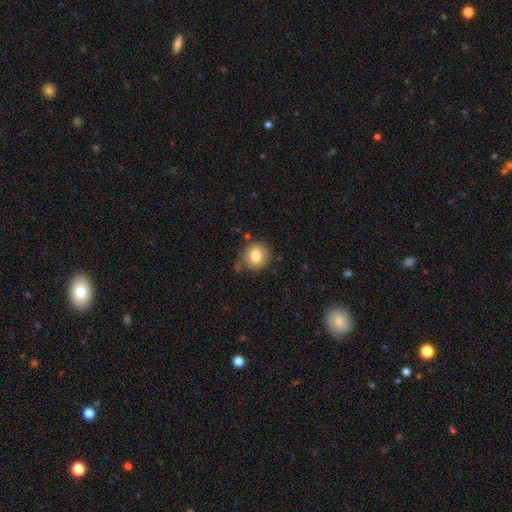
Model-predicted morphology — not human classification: A smooth galaxy with no disk features (79%) that is round (85%).

Vote fractions:
- Smooth or featured? smooth: 79% / featured or disk: 11% / star or artifact: 10%
- How rounded? round: 85% / in between: 14% / cigar-shaped: 1%
- Merging? none: 77% / minor disturbance: 14% / merger: 5% / major disturbance: 4%